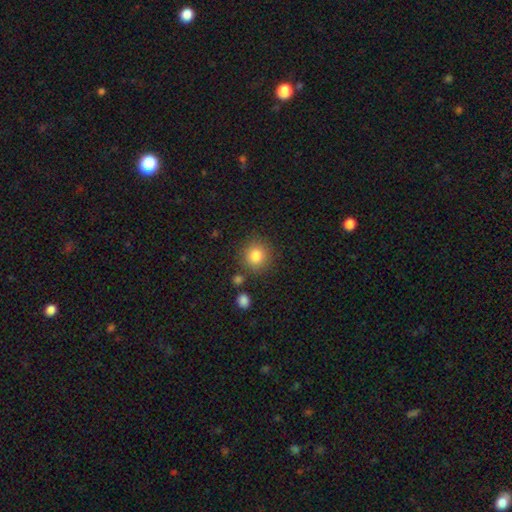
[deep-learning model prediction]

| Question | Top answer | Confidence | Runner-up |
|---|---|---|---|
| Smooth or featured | smooth | 84% | star or artifact (10%) |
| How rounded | round | 91% | in between (8%) |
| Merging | none | 83% | minor disturbance (9%) |